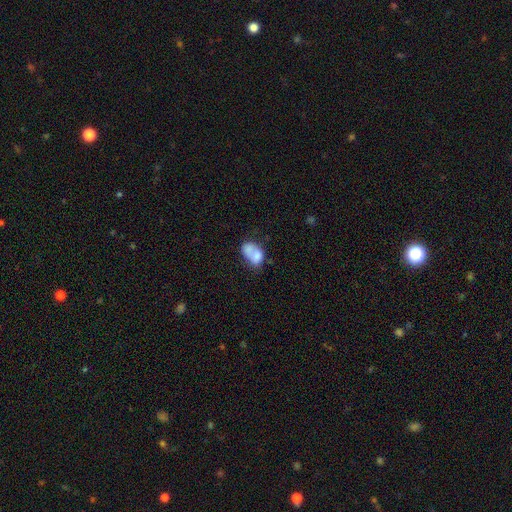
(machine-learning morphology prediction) Overall: smooth (68%). How rounded: in between (79%). Merging: merger (47%; none 25%).